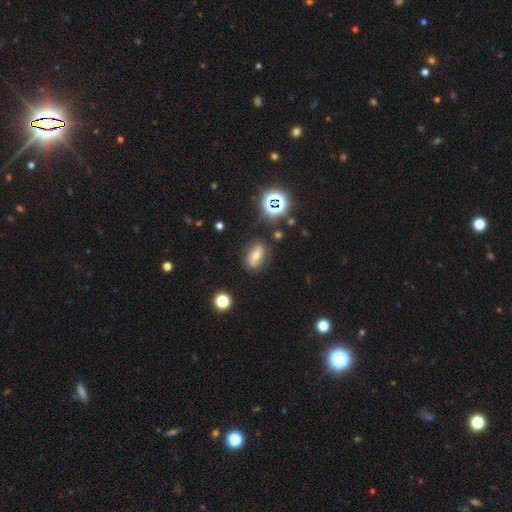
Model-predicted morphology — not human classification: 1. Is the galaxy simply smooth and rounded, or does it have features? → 50% smooth, 32% featured or disk, 18% star or artifact.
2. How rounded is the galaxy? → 79% in between, 16% round, 5% cigar-shaped.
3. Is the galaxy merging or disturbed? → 80% none, 13% minor disturbance, 4% major disturbance, 3% merger.